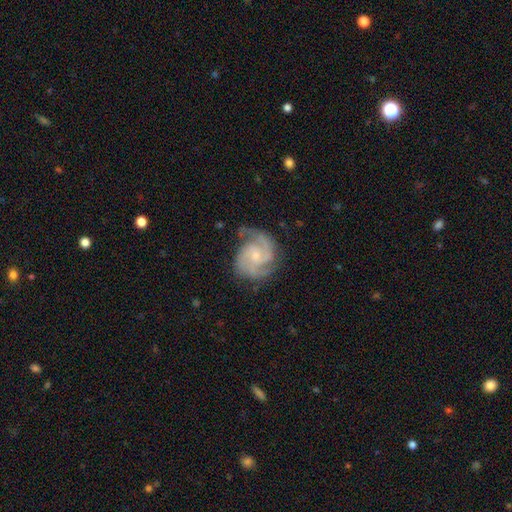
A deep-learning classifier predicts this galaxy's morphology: Smooth or featured? Predicted: featured or disk (p=0.90). Edge-on disk? Predicted: no (p=0.98). Bar? Predicted: no (p=0.65). Spiral arms? Predicted: yes (p=0.98). Spiral winding? Predicted: medium (p=0.48). Spiral arm count? Predicted: 2 (p=0.55). Bulge size? Predicted: small (p=0.71). Merging? Predicted: none (p=0.71).